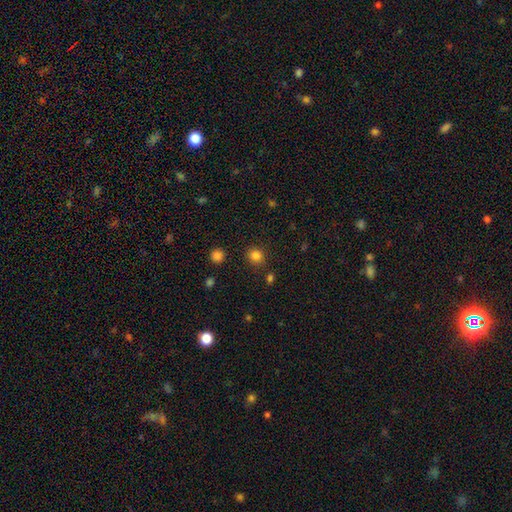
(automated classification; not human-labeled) Morphology: type=smooth (82%); roundness=round (87%); merging=none (87%).